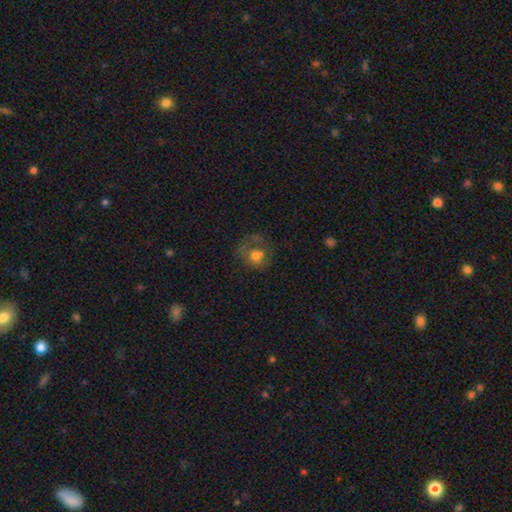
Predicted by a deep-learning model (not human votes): smooth_or_featured: smooth (p=0.51) [alt: featured or disk p=0.36]
how_rounded: round (p=0.64) [alt: in between p=0.35]
merging: none (p=0.39) [alt: major disturbance p=0.31]